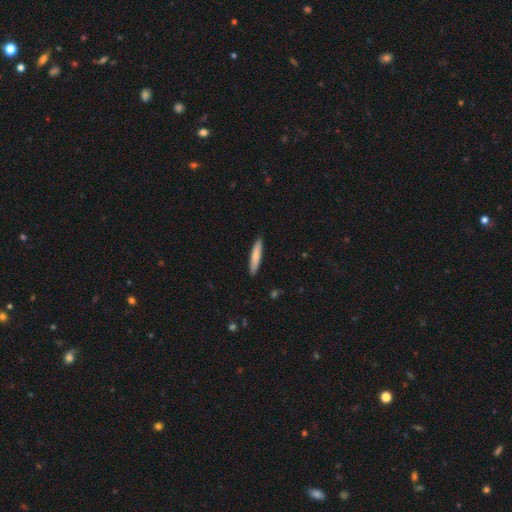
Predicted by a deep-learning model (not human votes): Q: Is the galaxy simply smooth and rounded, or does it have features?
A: smooth — 80%.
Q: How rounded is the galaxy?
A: cigar-shaped — 90%.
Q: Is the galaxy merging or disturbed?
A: none — 91%.